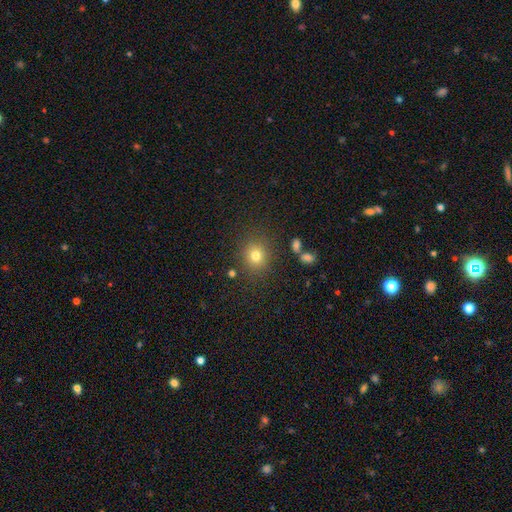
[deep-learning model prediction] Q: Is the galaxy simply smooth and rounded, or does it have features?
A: smooth — 77%.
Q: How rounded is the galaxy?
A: round — 84%.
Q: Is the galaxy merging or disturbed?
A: none — 84%.